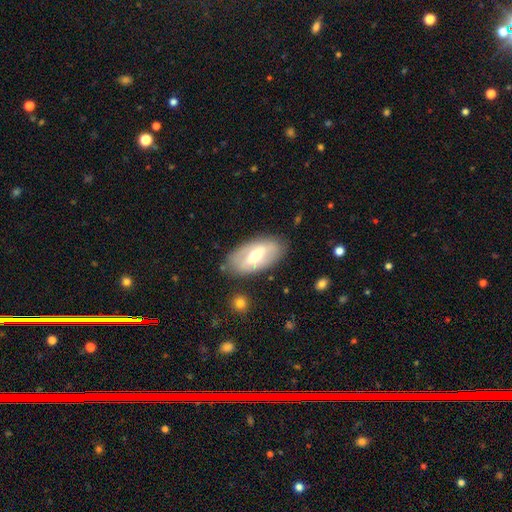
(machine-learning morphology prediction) featured or disk 59%, smooth 34%, star or artifact 6%. Down the decision tree: edge-on disk — no (86%); bar — strong (44%); spiral arms — no (63%); bulge size — moderate (68%); merging — none (81%).